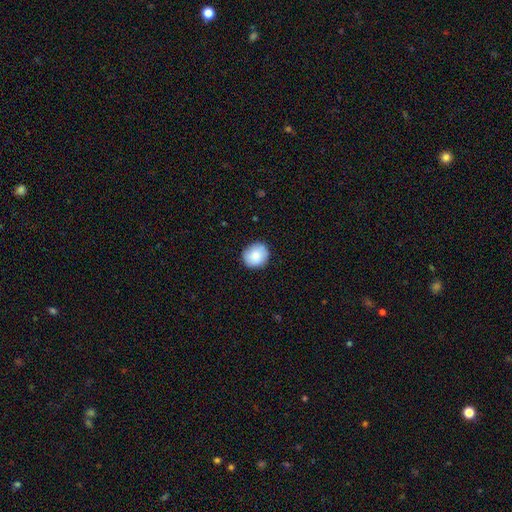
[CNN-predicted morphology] Smooth or featured: smooth — 84% (featured or disk — 9%)
How rounded: round — 81% (in between — 18%)
Merging: none — 86% (minor disturbance — 11%)